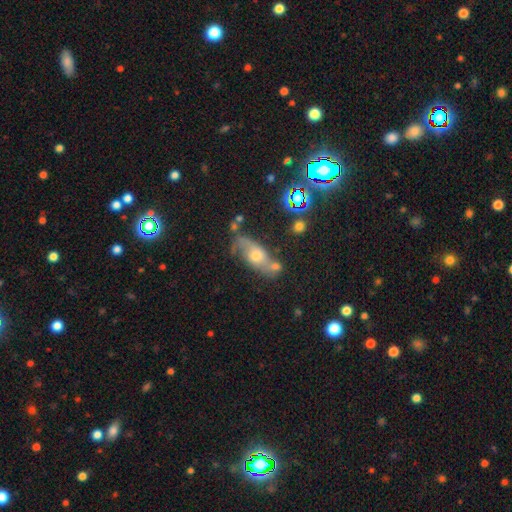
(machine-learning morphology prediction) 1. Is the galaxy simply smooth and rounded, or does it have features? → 53% featured or disk, 29% smooth, 18% star or artifact.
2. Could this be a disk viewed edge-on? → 77% no, 23% yes.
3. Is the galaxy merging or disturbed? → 53% none, 21% minor disturbance, 15% merger, 10% major disturbance.